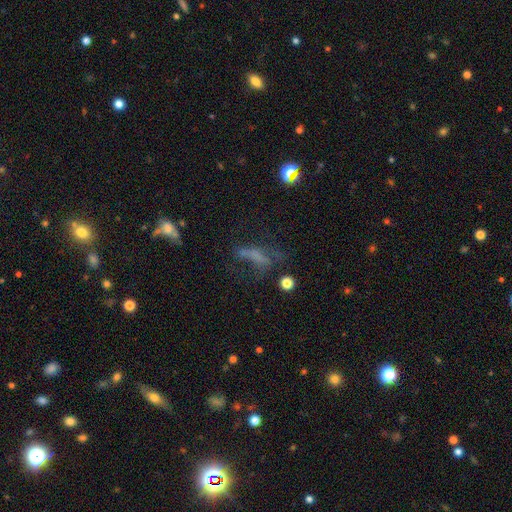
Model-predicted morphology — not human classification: type=smooth (40%); merging=none (39%).